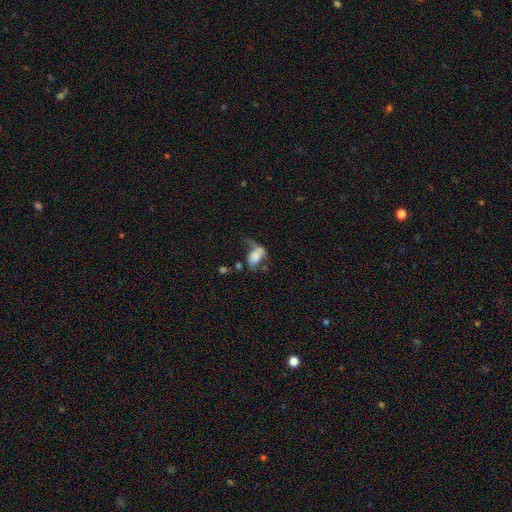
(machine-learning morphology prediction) smooth_or_featured: smooth (p=0.58) [alt: featured or disk p=0.31]
how_rounded: in between (p=0.87) [alt: round p=0.10]
merging: major disturbance (p=0.41) [alt: merger p=0.23]